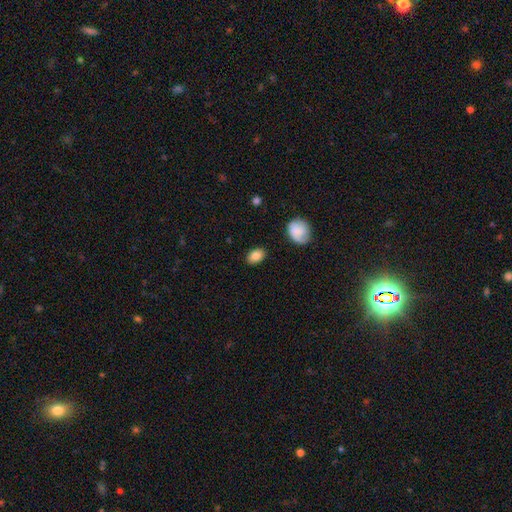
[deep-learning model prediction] smooth 85%, star or artifact 8%, featured or disk 7%. Down the decision tree: how rounded — in between (80%); merging — none (86%).